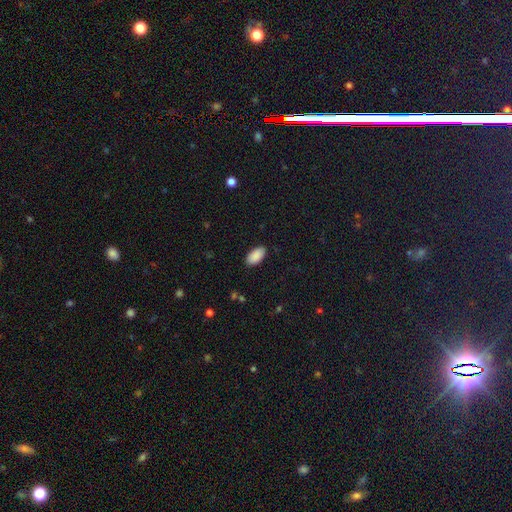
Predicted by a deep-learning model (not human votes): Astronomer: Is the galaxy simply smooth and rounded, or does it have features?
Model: smooth — 90%.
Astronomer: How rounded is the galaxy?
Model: in between — 96%.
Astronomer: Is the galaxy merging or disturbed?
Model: none — 88%.